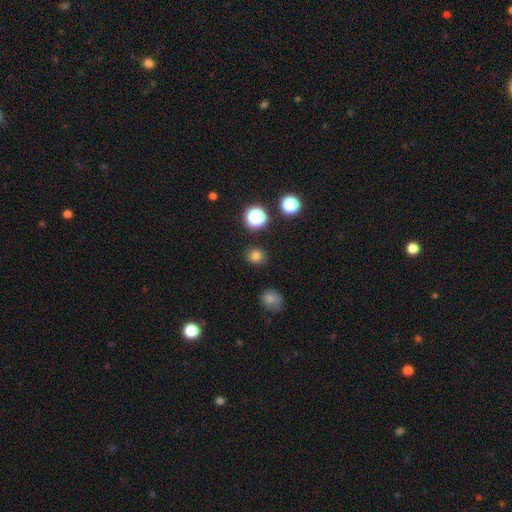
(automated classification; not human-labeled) Morphology: type=smooth (78%); roundness=round (79%); merging=none (88%).